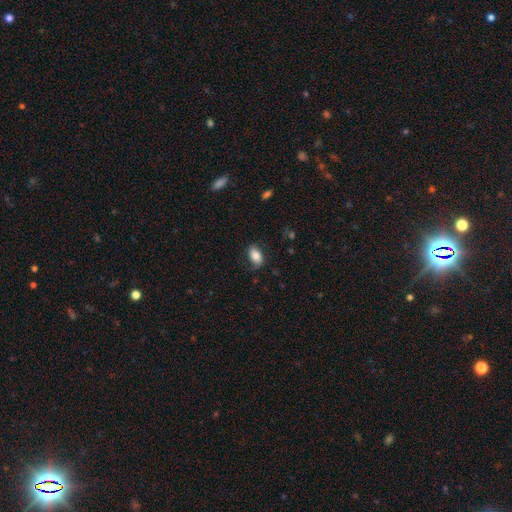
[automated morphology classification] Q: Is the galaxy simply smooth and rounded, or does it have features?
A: smooth — 76%.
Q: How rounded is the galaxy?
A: in between — 91%.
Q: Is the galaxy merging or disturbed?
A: none — 74%.